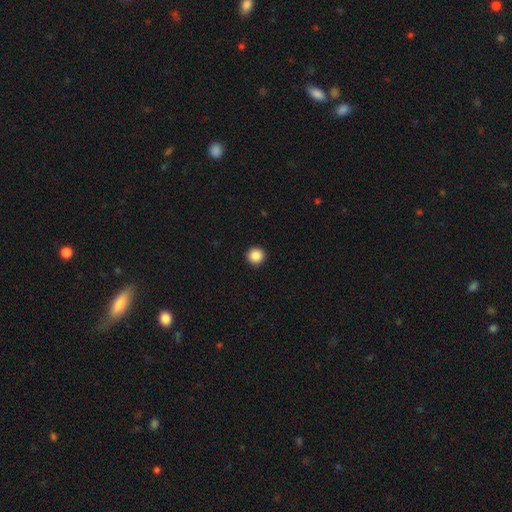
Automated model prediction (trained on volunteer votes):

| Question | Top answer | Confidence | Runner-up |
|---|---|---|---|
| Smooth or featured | smooth | 87% | star or artifact (10%) |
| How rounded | round | 95% | in between (4%) |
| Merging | none | 93% | minor disturbance (4%) |